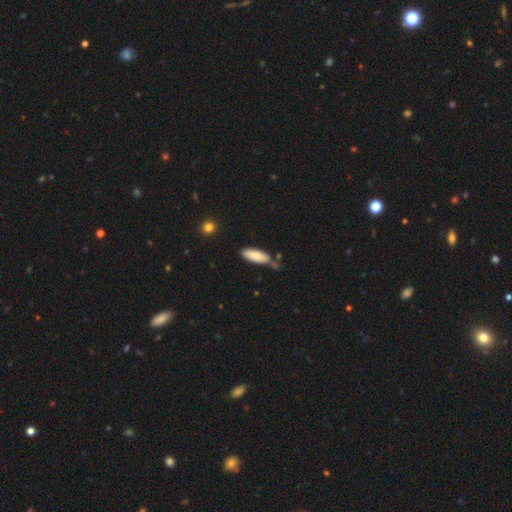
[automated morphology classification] smooth 84%, featured or disk 10%, star or artifact 6%. Down the decision tree: how rounded — in between (62%); merging — none (66%).